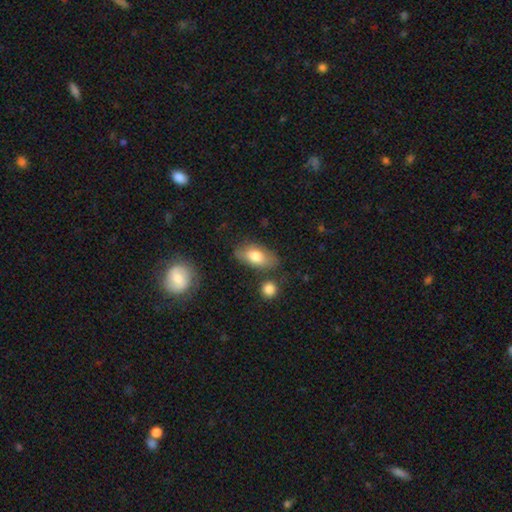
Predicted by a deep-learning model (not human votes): A smooth galaxy with no disk features (74%) that is in between round and cigar-shaped (89%). Merging: none (71%).